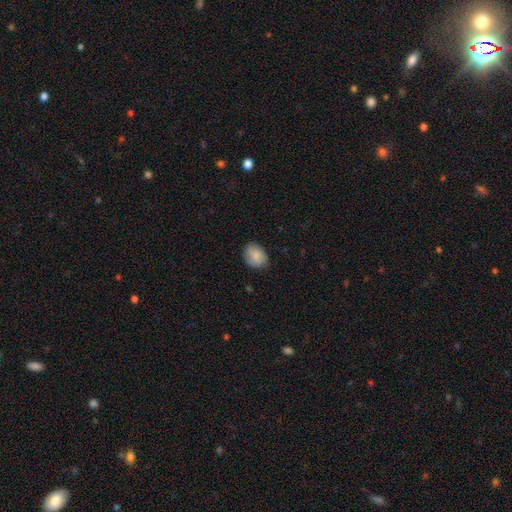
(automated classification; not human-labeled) Smooth or featured? smooth (85%)
How rounded? in between (55%)
Merging? none (79%)